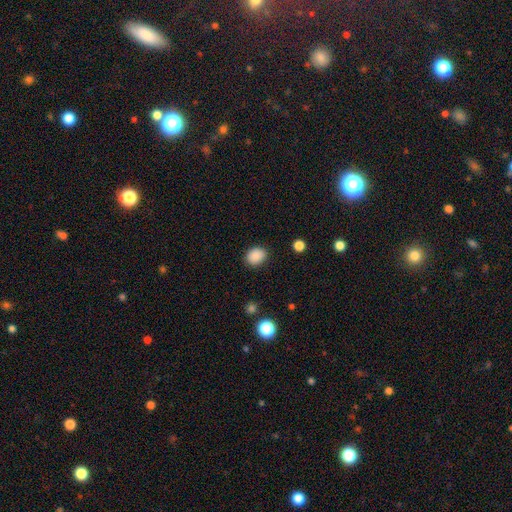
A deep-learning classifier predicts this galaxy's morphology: type=smooth (88%); roundness=in between (55%); merging=none (87%).